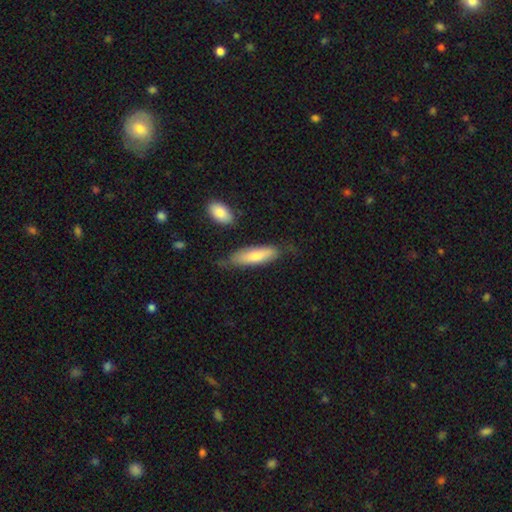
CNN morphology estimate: Overall: smooth (71%). How rounded: cigar-shaped (58%; in between 40%). Merging: none (64%; minor disturbance 26%).